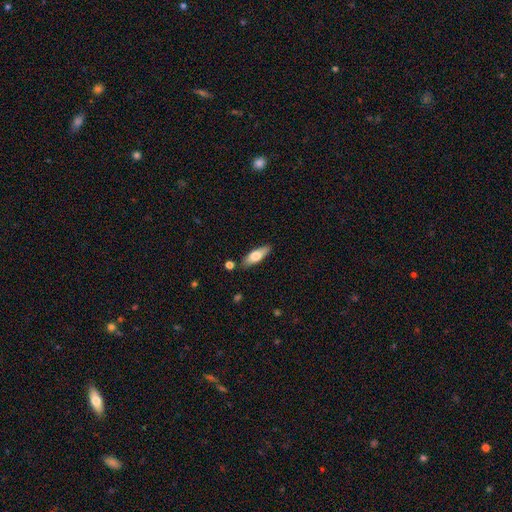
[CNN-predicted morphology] smooth 65%, featured or disk 29%, star or artifact 6%. Down the decision tree: how rounded — in between (56%); merging — none (82%).